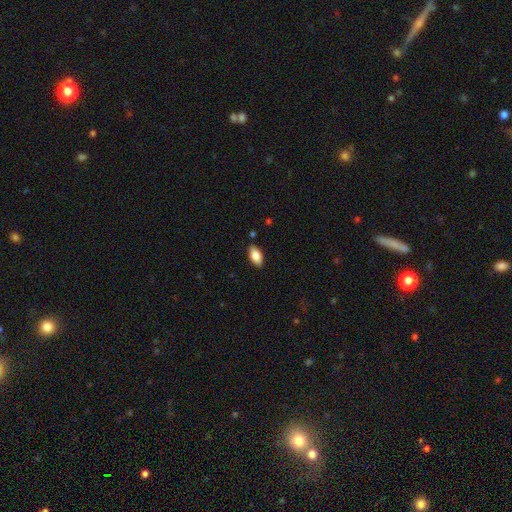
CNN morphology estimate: A smooth galaxy with no disk features (81%) that is in between round and cigar-shaped (91%). Merging: none (86%).